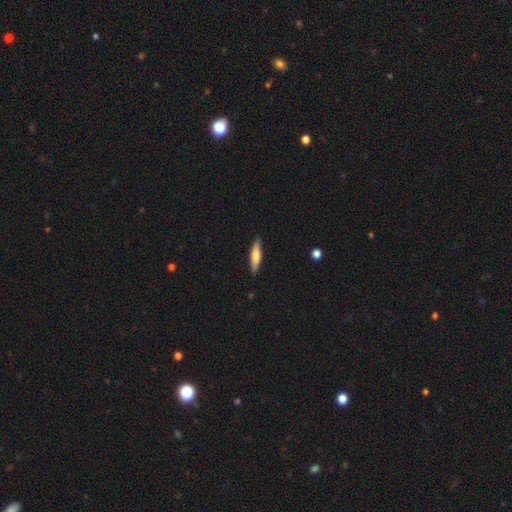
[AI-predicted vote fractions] This is likely a smooth galaxy (65%). How rounded: likely cigar-shaped (77%). Merging: clearly none (88%).